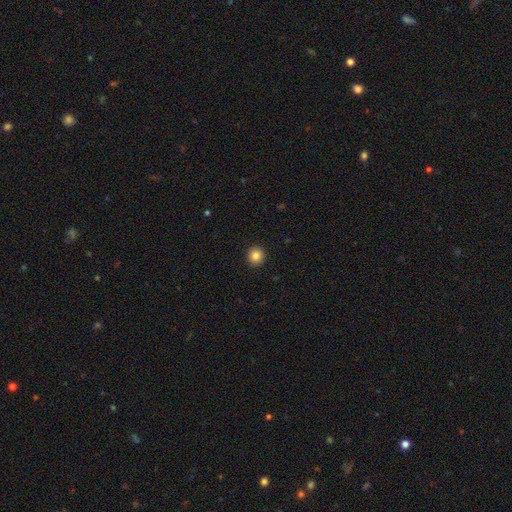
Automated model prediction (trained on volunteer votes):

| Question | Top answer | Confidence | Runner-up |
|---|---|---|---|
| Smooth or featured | smooth | 84% | star or artifact (11%) |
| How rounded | round | 93% | in between (6%) |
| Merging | none | 93% | minor disturbance (4%) |